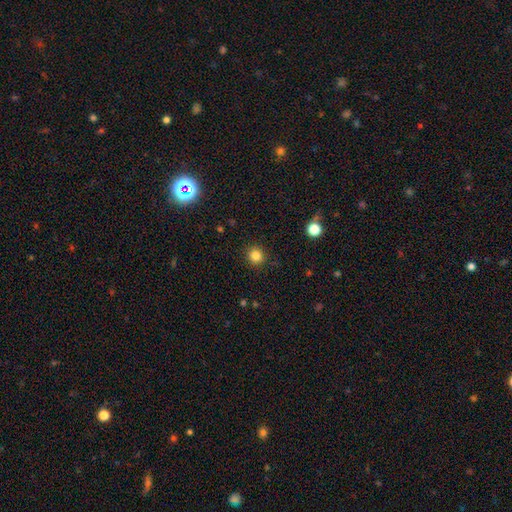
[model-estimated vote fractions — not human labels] smooth 83%, star or artifact 12%, featured or disk 4%. Down the decision tree: how rounded — round (93%); merging — none (90%).